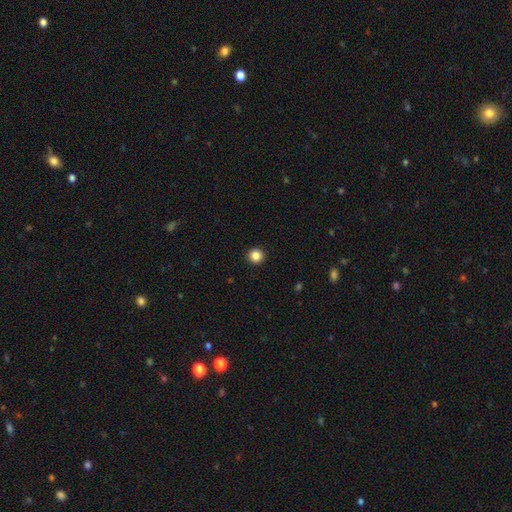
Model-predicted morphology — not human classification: Smooth or featured? smooth (85%)
How rounded? round (94%)
Merging? none (94%)